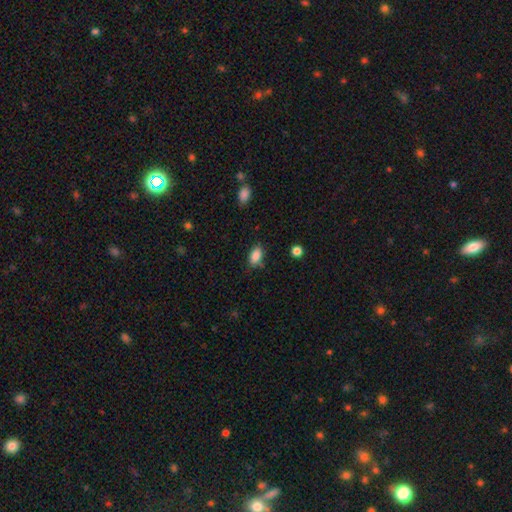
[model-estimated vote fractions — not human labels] Overall: smooth (87%). How rounded: in between (89%). Merging: none (75%).